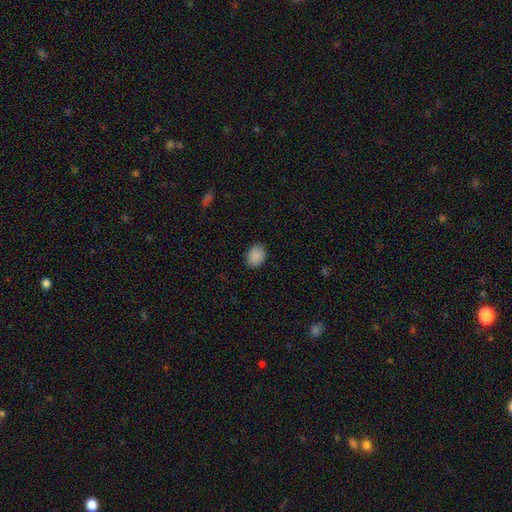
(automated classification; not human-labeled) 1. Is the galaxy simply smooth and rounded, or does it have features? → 89% smooth, 8% star or artifact, 3% featured or disk.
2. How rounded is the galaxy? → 60% in between, 39% round, 1% cigar-shaped.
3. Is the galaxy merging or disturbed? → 88% none, 9% minor disturbance, 2% major disturbance, 1% merger.